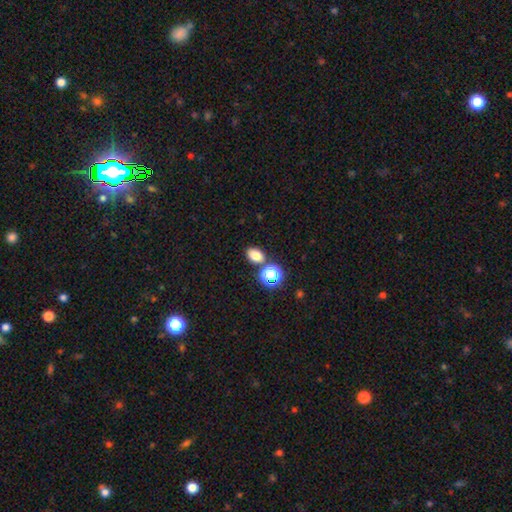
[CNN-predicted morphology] A smooth galaxy with no disk features (77%) that is in between round and cigar-shaped (74%). Merging: none (74%).